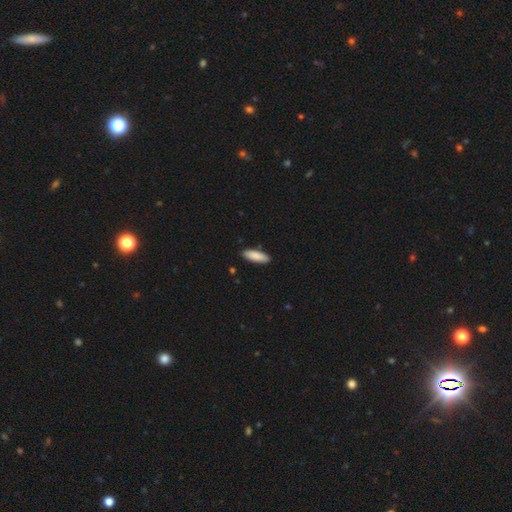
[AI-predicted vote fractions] smooth_or_featured: smooth (p=0.88) [alt: featured or disk p=0.06]
how_rounded: in between (p=0.62) [alt: cigar-shaped p=0.37]
merging: none (p=0.88) [alt: minor disturbance p=0.09]